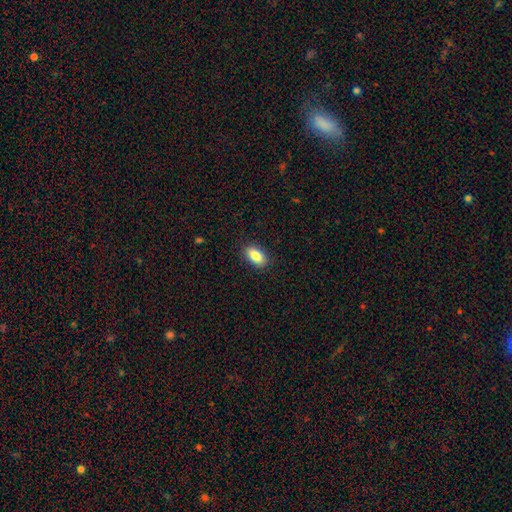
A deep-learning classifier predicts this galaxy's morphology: Smooth or featured? Predicted: smooth (p=0.85). How rounded? Predicted: in between (p=0.92). Merging? Predicted: none (p=0.89).